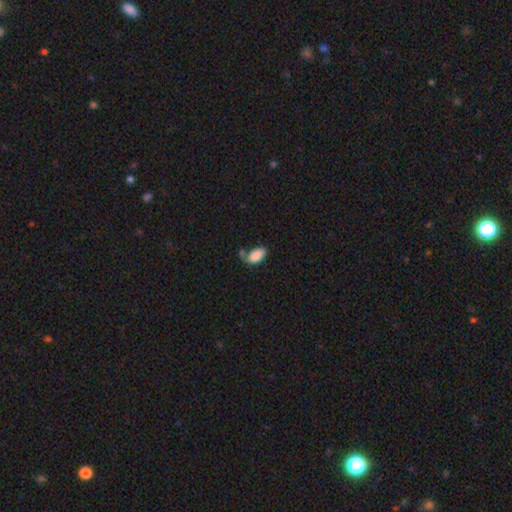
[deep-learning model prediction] Morphology: type=smooth (85%); roundness=in between (94%); merging=none (47%).